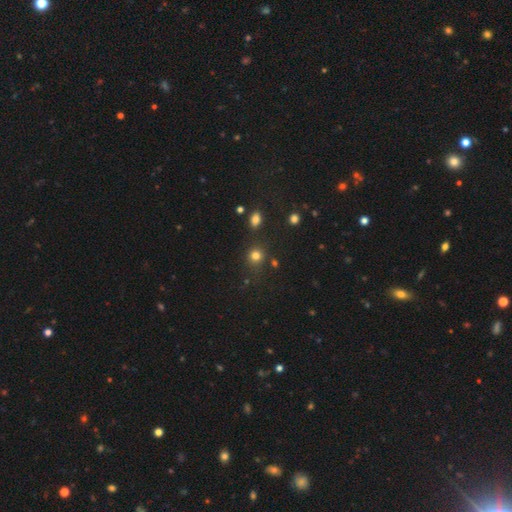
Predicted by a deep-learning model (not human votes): This appears to be a smooth galaxy with no disk features (78%) that is round (86%). Merging: none (80%).